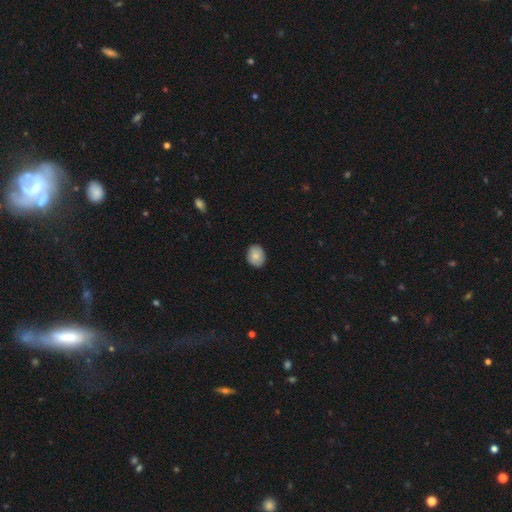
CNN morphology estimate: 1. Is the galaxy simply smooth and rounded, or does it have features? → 84% smooth, 9% featured or disk, 7% star or artifact.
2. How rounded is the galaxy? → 56% round, 43% in between, 1% cigar-shaped.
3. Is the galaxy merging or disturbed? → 86% none, 11% minor disturbance, 2% major disturbance, 1% merger.